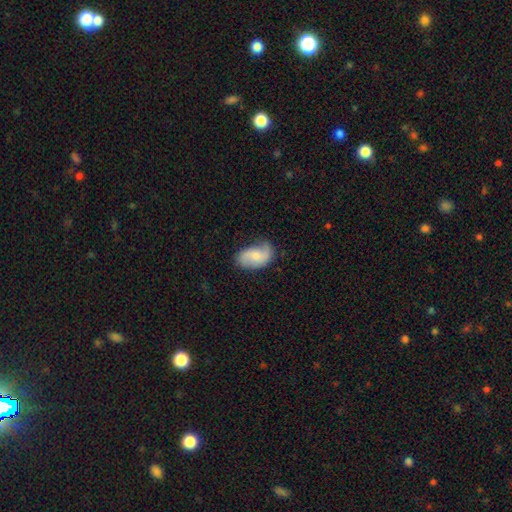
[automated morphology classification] type=smooth (47%); merging=none (63%).